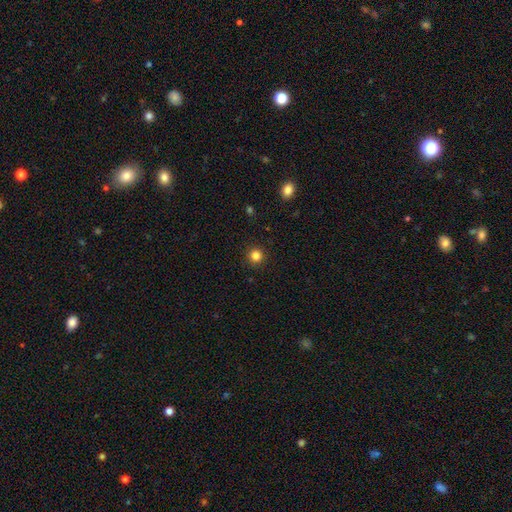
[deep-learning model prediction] Smooth or featured? smooth (83%)
How rounded? round (95%)
Merging? none (93%)